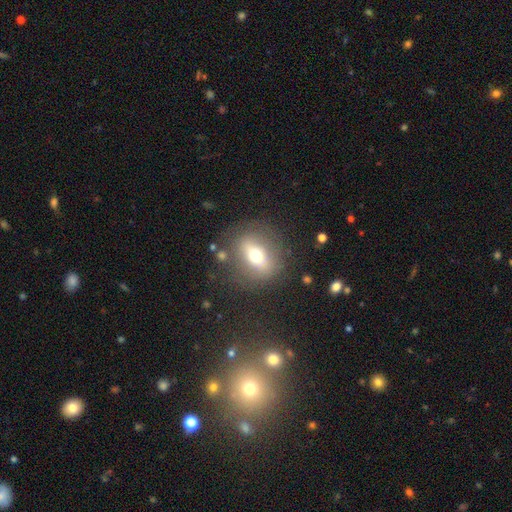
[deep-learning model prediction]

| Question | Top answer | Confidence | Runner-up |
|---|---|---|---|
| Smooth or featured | smooth | 49% | featured or disk (41%) |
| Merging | none | 78% | minor disturbance (12%) |